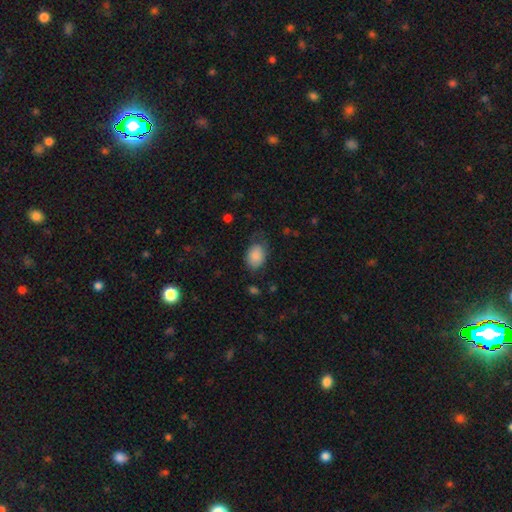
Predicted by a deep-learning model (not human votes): A smooth galaxy with no disk features (85%) that is in between round and cigar-shaped (79%).

Vote fractions:
- Smooth or featured? smooth: 85% / featured or disk: 8% / star or artifact: 7%
- How rounded? in between: 79% / round: 20% / cigar-shaped: 1%
- Merging? none: 59% / minor disturbance: 28% / major disturbance: 11% / merger: 2%